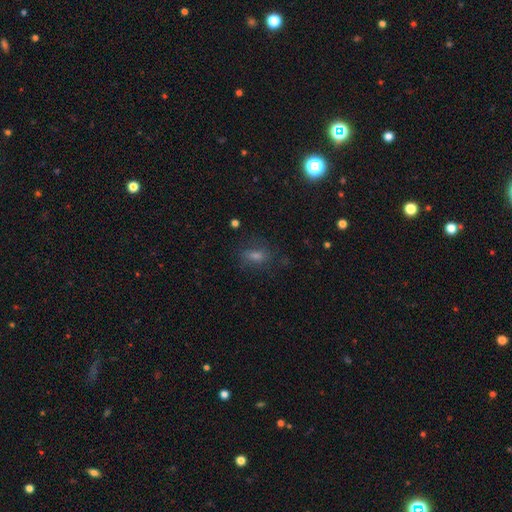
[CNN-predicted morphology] Q: Smooth or featured?
A: smooth (53%); runner-up: star or artifact (29%)
Q: How rounded?
A: in between (68%); runner-up: round (19%)
Q: Merging?
A: none (76%); runner-up: minor disturbance (15%)